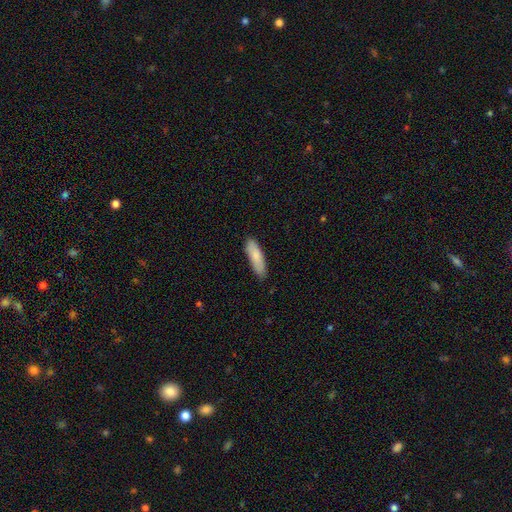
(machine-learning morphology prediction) type=smooth (82%); roundness=cigar-shaped (57%); merging=none (85%).